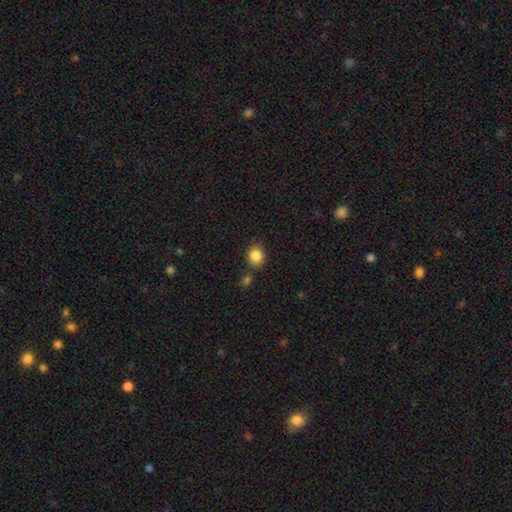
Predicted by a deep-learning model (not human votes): smooth-or-featured: smooth: 86% | star or artifact: 9% | featured or disk: 5%
  how-rounded: round: 67% | in between: 32% | cigar-shaped: 1%
  merging: none: 76% | minor disturbance: 13% | merger: 8% | major disturbance: 3%